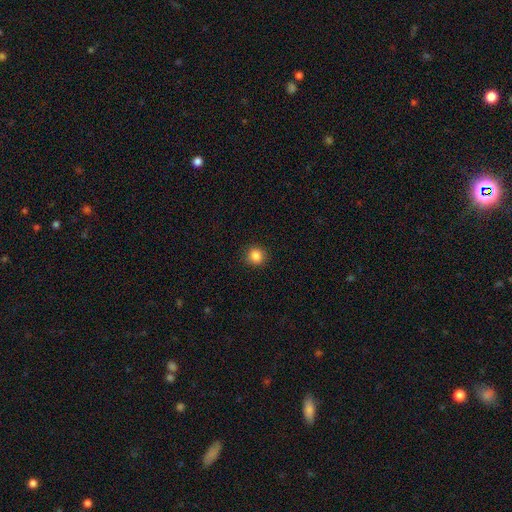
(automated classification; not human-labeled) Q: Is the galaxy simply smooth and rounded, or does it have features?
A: smooth — 85%.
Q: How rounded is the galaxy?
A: round — 92%.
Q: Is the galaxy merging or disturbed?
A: none — 92%.